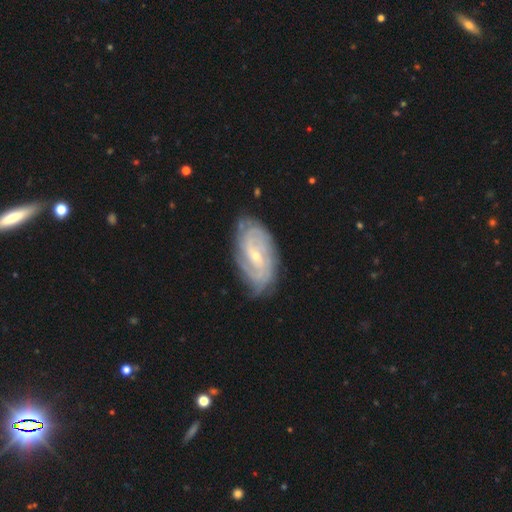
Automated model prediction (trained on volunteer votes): Q: Smooth or featured?
A: featured or disk (85%); runner-up: smooth (9%)
Q: Edge-on disk?
A: no (95%); runner-up: yes (5%)
Q: Bar?
A: weak (47%); runner-up: no (35%)
Q: Spiral arms?
A: yes (96%); runner-up: no (4%)
Q: Spiral winding?
A: tight (67%); runner-up: medium (26%)
Q: Spiral arm count?
A: can't tell (36%); runner-up: 2 (23%)
Q: Bulge size?
A: small (71%); runner-up: moderate (26%)
Q: Merging?
A: none (78%); runner-up: minor disturbance (17%)